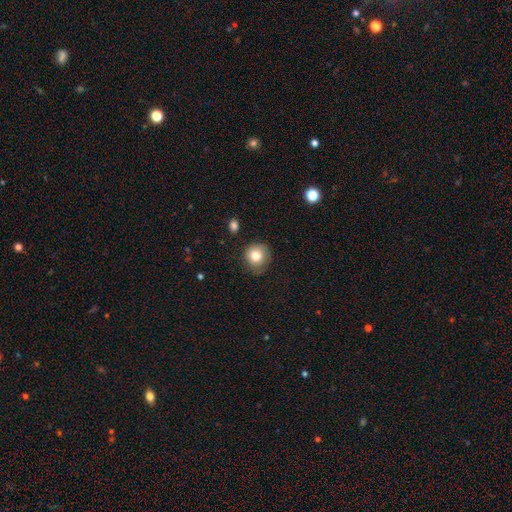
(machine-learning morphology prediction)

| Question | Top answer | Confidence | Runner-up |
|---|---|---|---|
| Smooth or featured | smooth | 82% | star or artifact (9%) |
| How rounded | round | 85% | in between (14%) |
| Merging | none | 72% | minor disturbance (21%) |